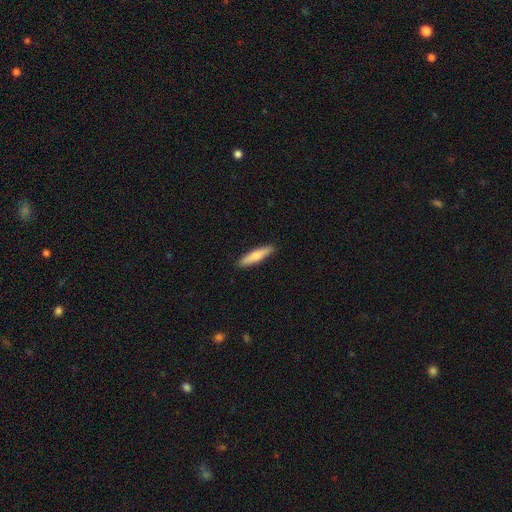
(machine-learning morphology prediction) smooth_or_featured: smooth (p=0.72) [alt: featured or disk p=0.23]
how_rounded: cigar-shaped (p=0.82) [alt: in between p=0.17]
merging: none (p=0.91) [alt: minor disturbance p=0.07]